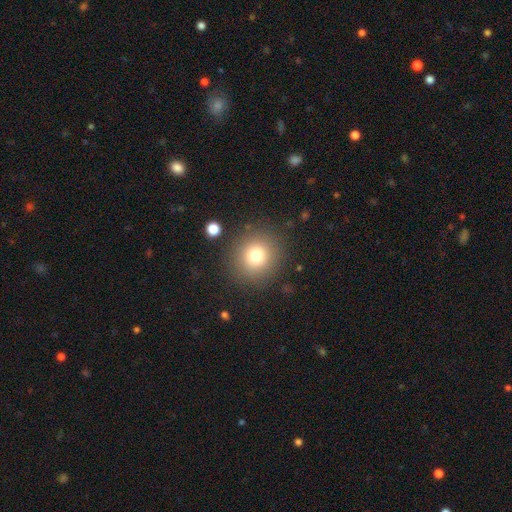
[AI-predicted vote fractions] A smooth galaxy with no disk features (78%) that is round (91%). Merging: none (87%).